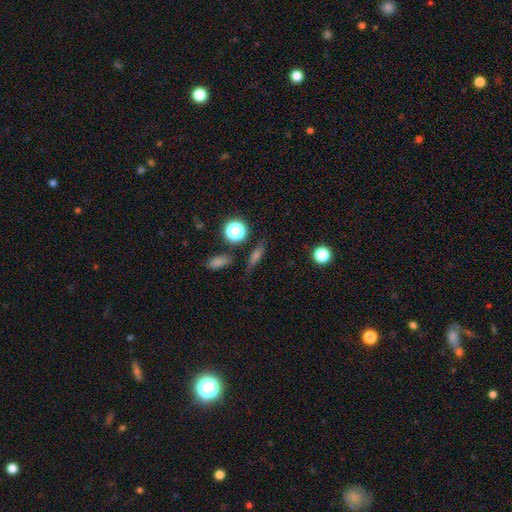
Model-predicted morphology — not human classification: Smooth or featured? Predicted: smooth (p=0.48). Merging? Predicted: none (p=0.79).